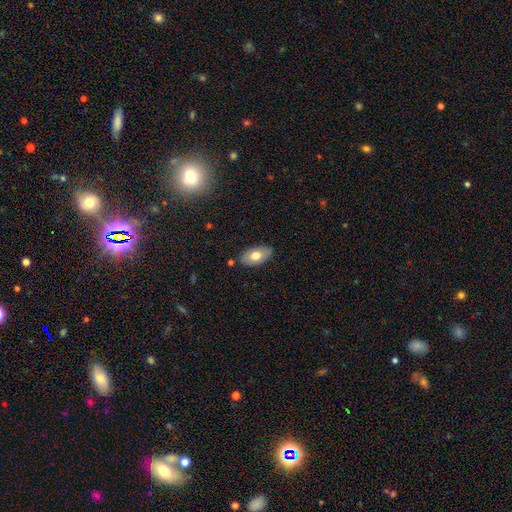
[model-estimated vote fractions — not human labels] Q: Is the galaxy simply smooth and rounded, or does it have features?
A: smooth — 71%.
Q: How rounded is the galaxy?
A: in between — 94%.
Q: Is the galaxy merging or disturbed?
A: none — 85%.